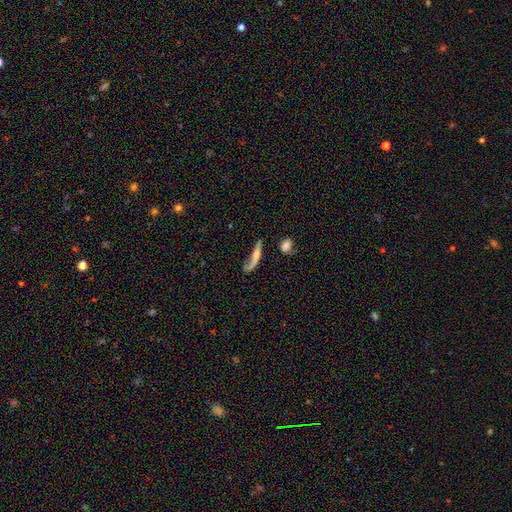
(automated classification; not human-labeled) Smooth or featured? featured or disk (51%)
Edge-on disk? no (53%)
Merging? none (36%)